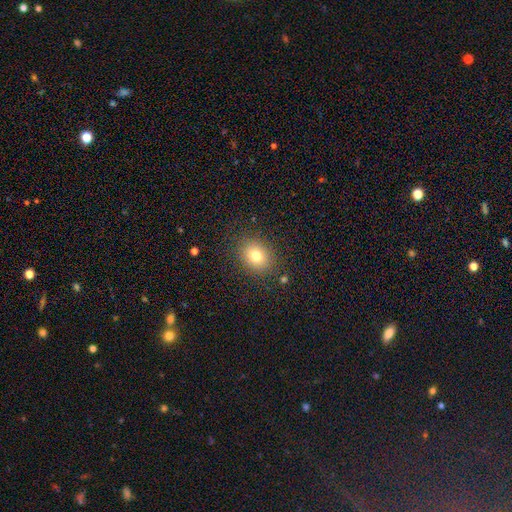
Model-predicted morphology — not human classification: A smooth galaxy with no disk features (77%) that is round (58%). Merging: none (86%).